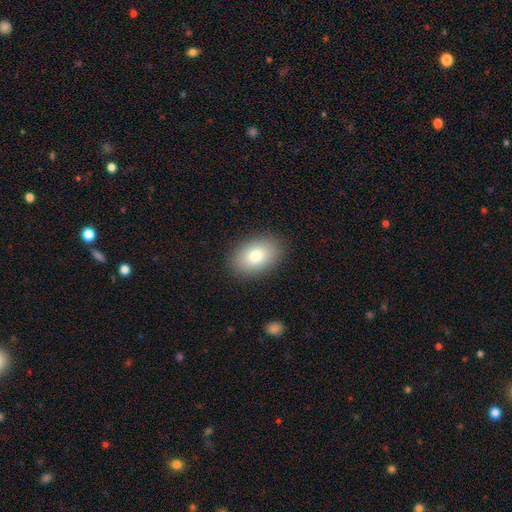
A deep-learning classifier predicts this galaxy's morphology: smooth 80%, featured or disk 12%, star or artifact 8%. Down the decision tree: how rounded — in between (87%); merging — none (88%).